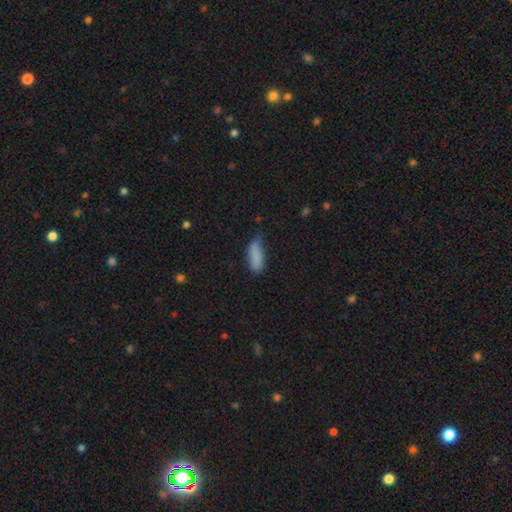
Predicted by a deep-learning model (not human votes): The model was most divided on "merging": none: 47%, minor disturbance: 39%, major disturbance: 11%, merger: 3%. More confident: smooth or featured — smooth (83%); how rounded — in between (69%).